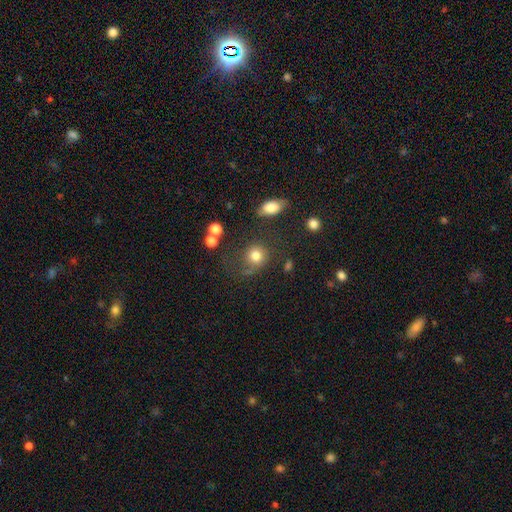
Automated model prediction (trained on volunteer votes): Smooth or featured? Predicted: smooth (p=0.78). How rounded? Predicted: round (p=0.80). Merging? Predicted: none (p=0.56).